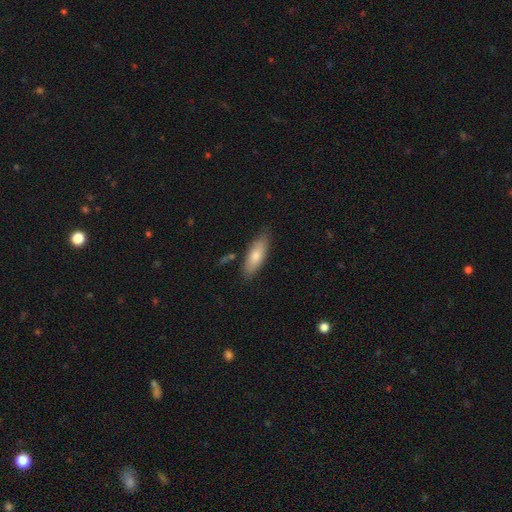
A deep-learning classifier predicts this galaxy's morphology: smooth-or-featured: smooth: 77% | featured or disk: 17% | star or artifact: 6%
  how-rounded: in between: 65% | cigar-shaped: 33% | round: 2%
  merging: none: 81% | minor disturbance: 14% | merger: 3% | major disturbance: 3%